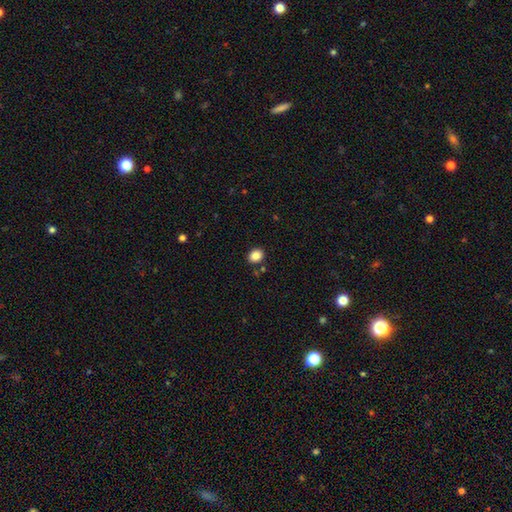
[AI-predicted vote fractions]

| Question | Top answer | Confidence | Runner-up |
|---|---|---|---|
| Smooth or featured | smooth | 86% | star or artifact (10%) |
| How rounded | round | 57% | in between (42%) |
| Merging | none | 87% | minor disturbance (7%) |